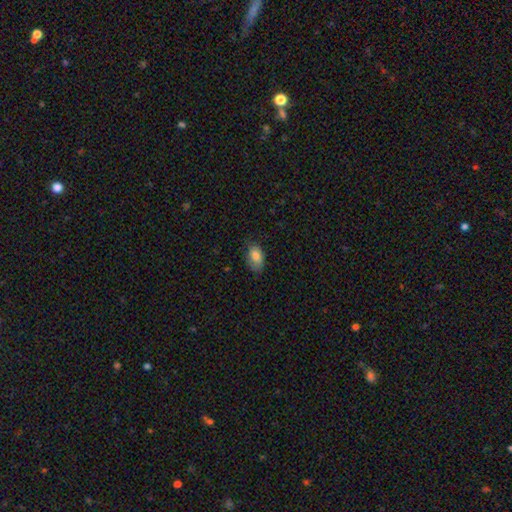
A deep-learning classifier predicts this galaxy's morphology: smooth-or-featured: smooth: 82% | featured or disk: 10% | star or artifact: 8%
  how-rounded: in between: 91% | round: 8% | cigar-shaped: 2%
  merging: none: 67% | minor disturbance: 26% | major disturbance: 6% | merger: 1%